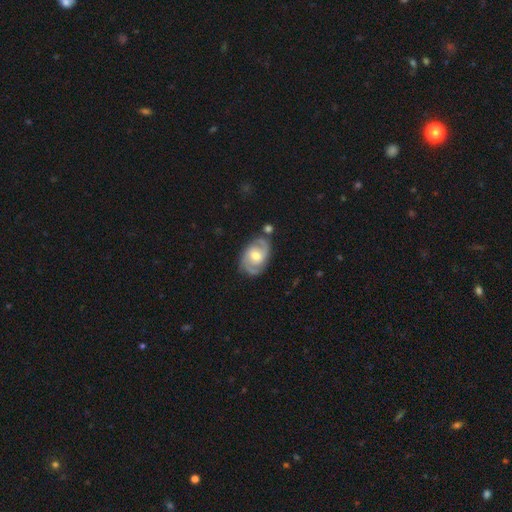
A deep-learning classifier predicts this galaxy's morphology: This is clearly a featured or disk galaxy (82%). It is clearly not viewed edge-on (96%). Bar: possibly no (51%). Spiral arm pattern: clearly yes (94%). Spiral arm count: clearly 2 (81%). Spiral winding: possibly tight (46%). Central bulge: likely moderate (71%). Merging: likely none (73%).